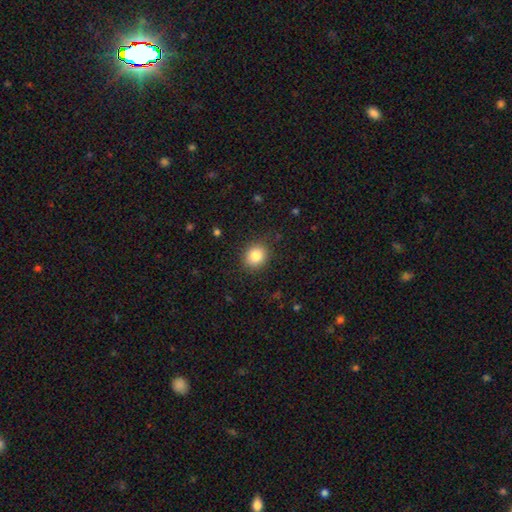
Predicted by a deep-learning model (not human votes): Smooth or featured? Predicted: smooth (p=0.84). How rounded? Predicted: round (p=0.71). Merging? Predicted: none (p=0.87).